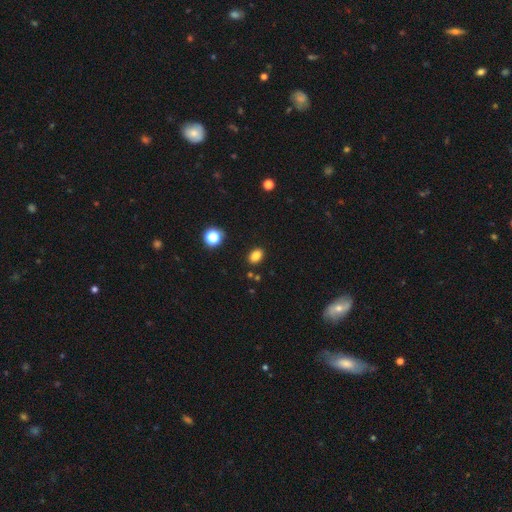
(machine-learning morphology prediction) Q: Smooth or featured?
A: smooth (83%); runner-up: star or artifact (12%)
Q: How rounded?
A: in between (78%); runner-up: round (20%)
Q: Merging?
A: none (86%); runner-up: minor disturbance (9%)